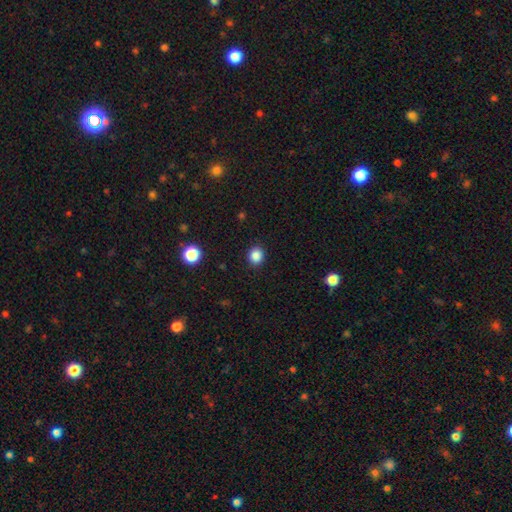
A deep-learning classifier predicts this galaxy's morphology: A smooth galaxy with no disk features (86%) that is round (81%). Merging: none (91%).